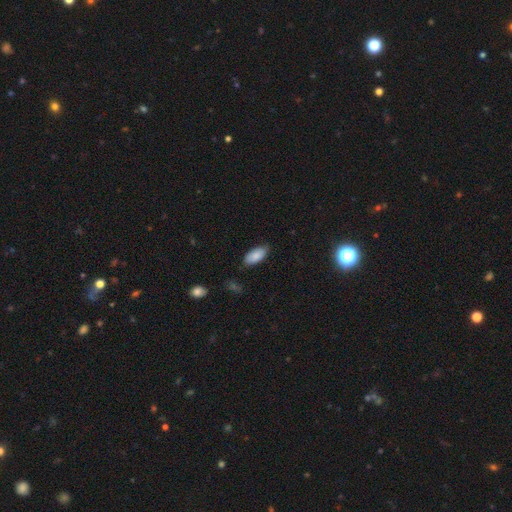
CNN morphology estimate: Overall: smooth (85%). How rounded: in between (92%). Merging: none (77%).